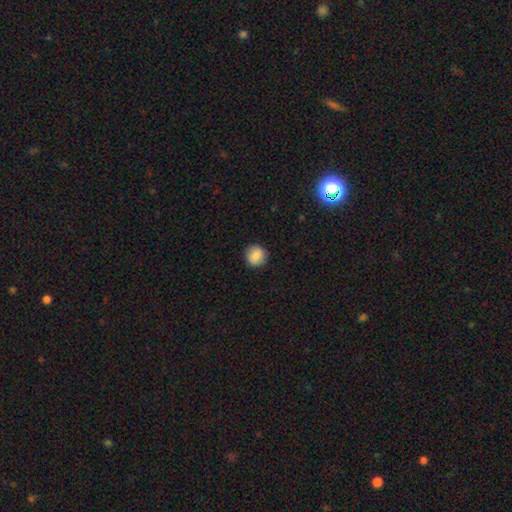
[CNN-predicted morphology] The model was most divided on "smooth or featured": smooth: 88%, star or artifact: 8%, featured or disk: 4%. More confident: how rounded — round (92%); merging — none (91%).